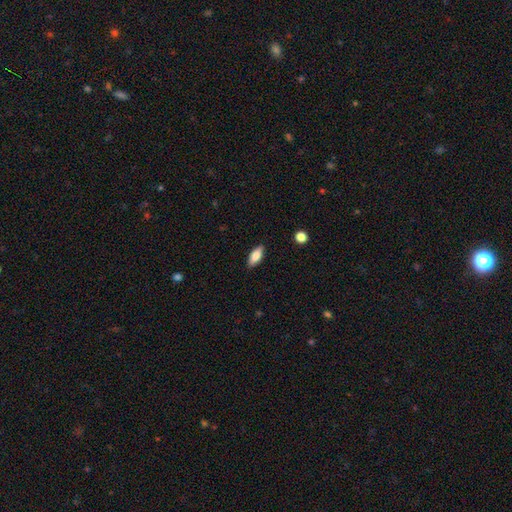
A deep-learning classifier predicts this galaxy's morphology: The model was most divided on "smooth or featured": smooth: 79%, featured or disk: 14%, star or artifact: 7%. More confident: merging — none (86%); how rounded — in between (81%).